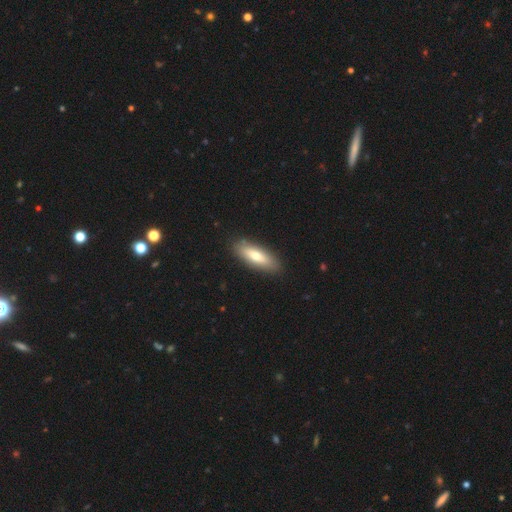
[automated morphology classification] Smooth or featured? Predicted: smooth (p=0.68). How rounded? Predicted: in between (p=0.58). Merging? Predicted: none (p=0.88).